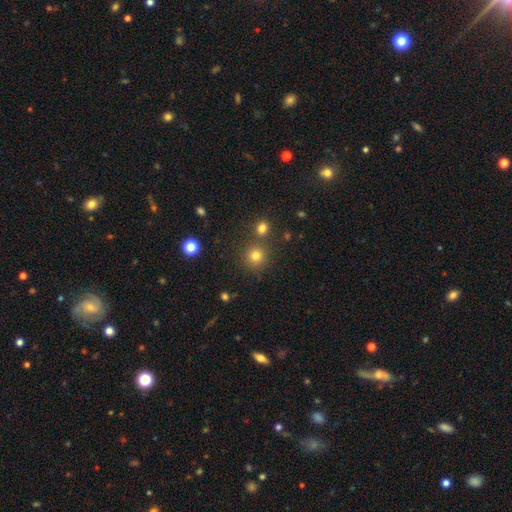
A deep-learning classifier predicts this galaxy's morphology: This is likely a smooth galaxy (78%). How rounded: clearly round (92%). Merging: likely none (79%).